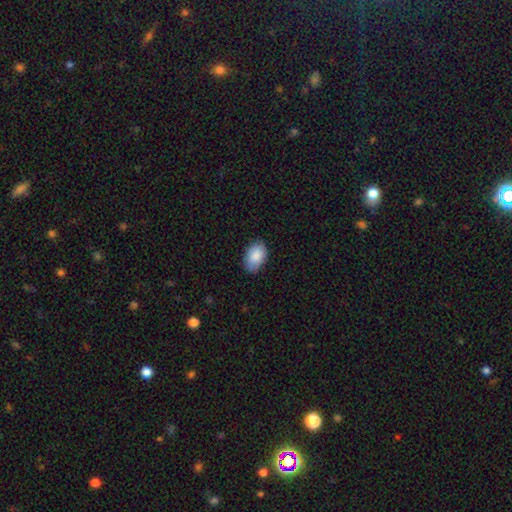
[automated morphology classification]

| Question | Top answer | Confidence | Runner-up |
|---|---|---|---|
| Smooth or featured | smooth | 86% | featured or disk (7%) |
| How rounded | in between | 90% | round (8%) |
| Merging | none | 79% | minor disturbance (17%) |